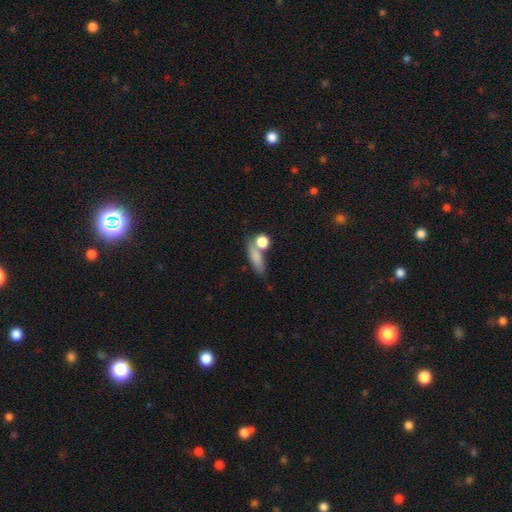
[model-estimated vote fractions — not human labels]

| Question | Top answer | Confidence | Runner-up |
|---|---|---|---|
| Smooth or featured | smooth | 78% | featured or disk (12%) |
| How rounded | in between | 46% | cigar-shaped (33%) |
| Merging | none | 52% | merger (26%) |